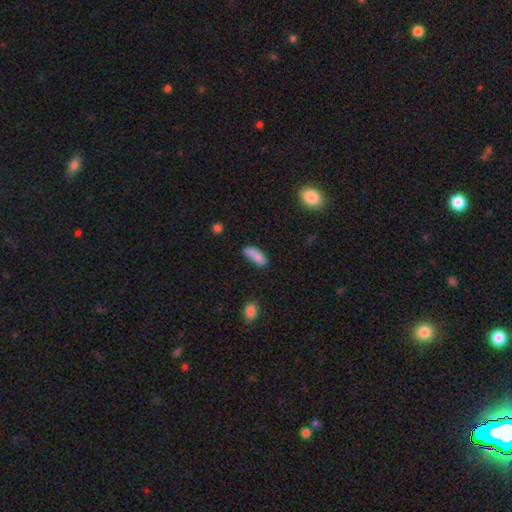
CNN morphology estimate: smooth 81%, featured or disk 10%, star or artifact 9%. Down the decision tree: how rounded — in between (63%); merging — none (52%).